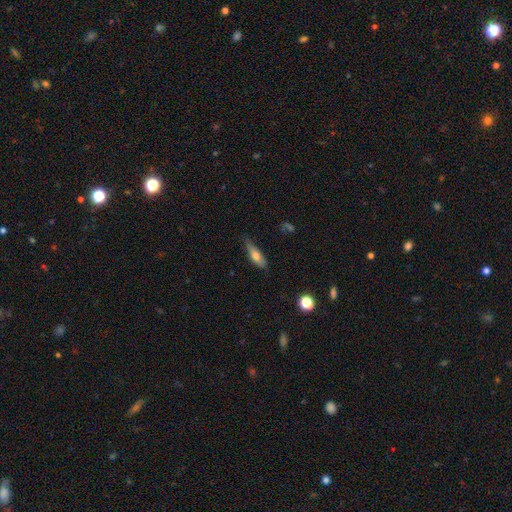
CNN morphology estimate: This is likely a smooth galaxy (65%). How rounded: possibly cigar-shaped (49%). Merging: likely none (69%).